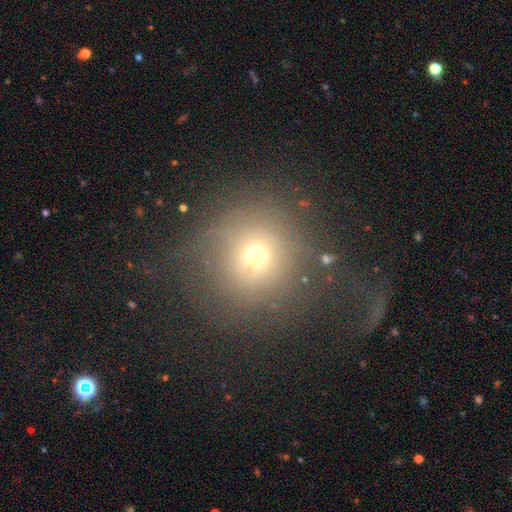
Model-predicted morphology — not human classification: A smooth galaxy with no disk features (58%) that is round (91%). Merging: none (48%).